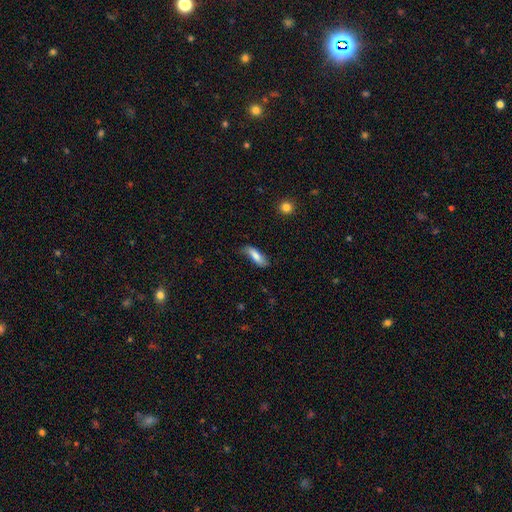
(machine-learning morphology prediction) A smooth galaxy with no disk features (75%) that is in between round and cigar-shaped (57%). Merging: none (63%).